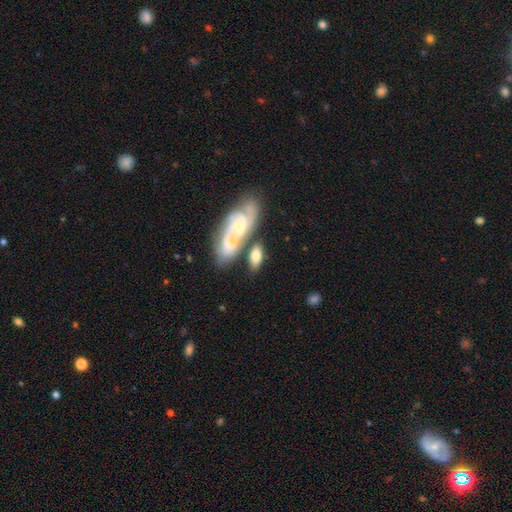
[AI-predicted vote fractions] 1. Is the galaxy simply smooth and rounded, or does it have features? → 60% smooth, 34% featured or disk, 6% star or artifact.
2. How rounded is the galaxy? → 84% in between, 11% cigar-shaped, 5% round.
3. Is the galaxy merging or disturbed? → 48% none, 32% merger, 14% minor disturbance, 6% major disturbance.